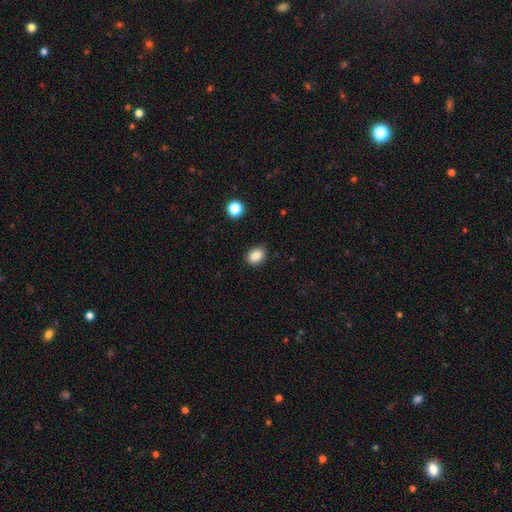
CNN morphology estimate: Smooth or featured: smooth — 86% (star or artifact — 10%)
How rounded: in between — 63% (round — 36%)
Merging: none — 84% (minor disturbance — 12%)